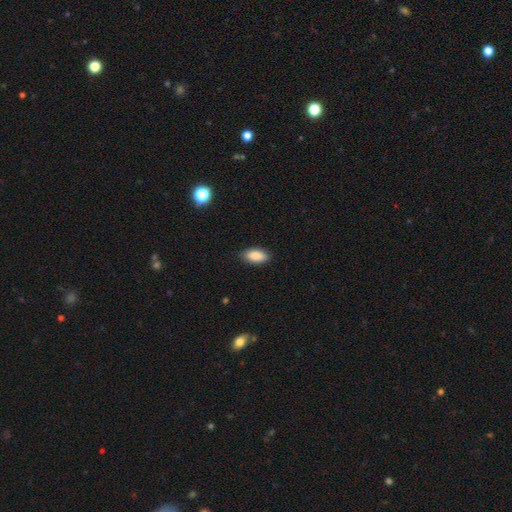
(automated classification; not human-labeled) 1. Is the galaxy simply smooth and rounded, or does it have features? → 88% smooth, 7% star or artifact, 5% featured or disk.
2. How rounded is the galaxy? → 90% in between, 7% cigar-shaped, 3% round.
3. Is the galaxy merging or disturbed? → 87% none, 10% minor disturbance, 2% major disturbance, 1% merger.